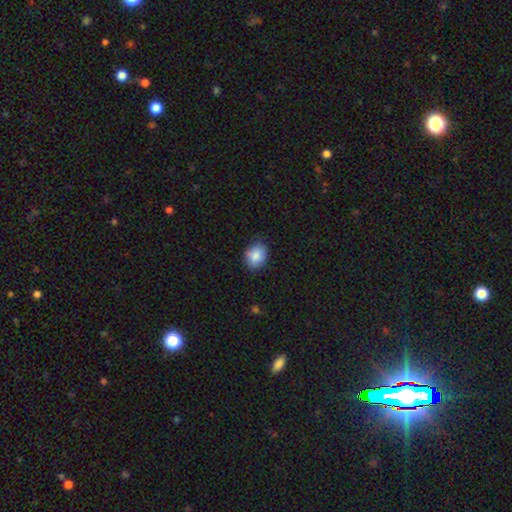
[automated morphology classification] The model was most divided on "how rounded": in between: 59%, round: 40%, cigar-shaped: 1%. More confident: smooth or featured — smooth (85%); merging — none (75%).